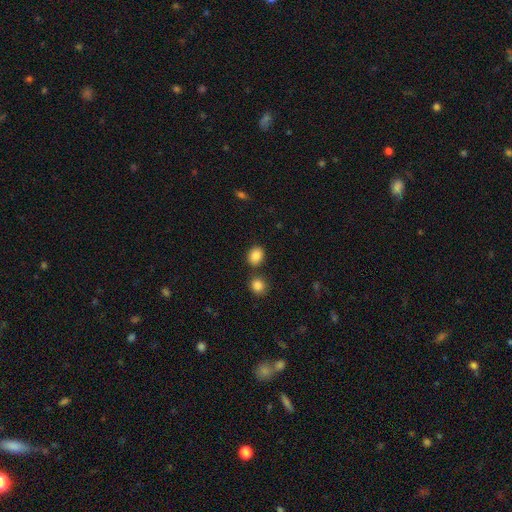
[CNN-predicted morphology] Smooth or featured: smooth — 86% (star or artifact — 9%)
How rounded: in between — 55% (round — 44%)
Merging: none — 76% (merger — 11%)